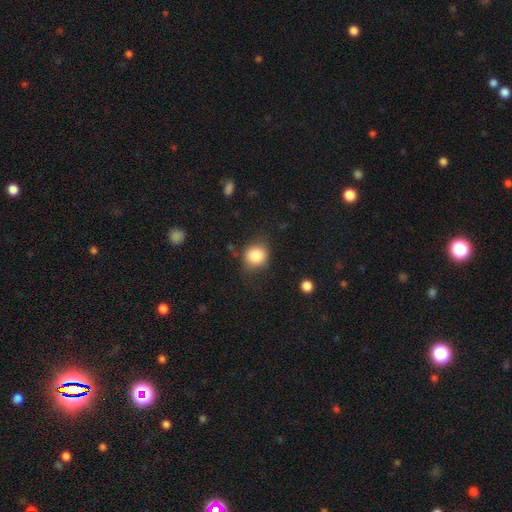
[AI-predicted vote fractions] Smooth or featured? smooth (85%)
How rounded? round (83%)
Merging? none (74%)